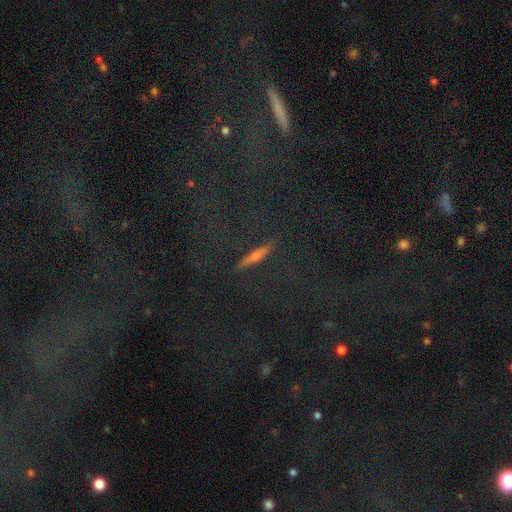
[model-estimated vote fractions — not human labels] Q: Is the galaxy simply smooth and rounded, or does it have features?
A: featured or disk — 44%.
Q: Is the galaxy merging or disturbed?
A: none — 89%.